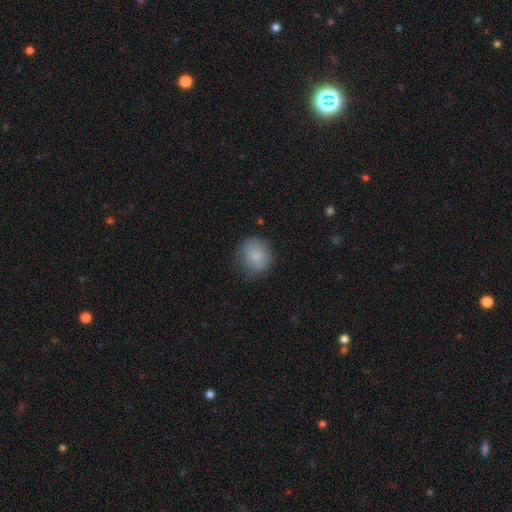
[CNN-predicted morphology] Overall: smooth (85%). How rounded: round (75%). Merging: none (69%).